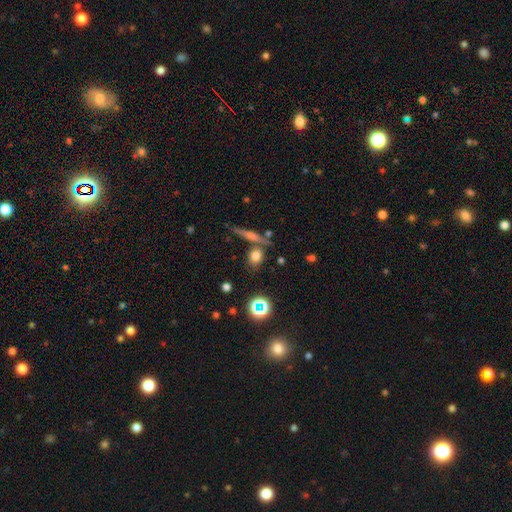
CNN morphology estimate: Smooth or featured: smooth — 72% (star or artifact — 15%)
How rounded: round — 58% (in between — 35%)
Merging: none — 70% (merger — 14%)